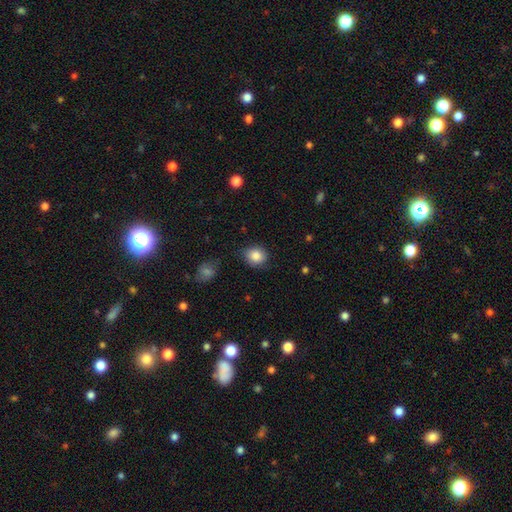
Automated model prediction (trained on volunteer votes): smooth-or-featured: smooth: 86% | star or artifact: 8% | featured or disk: 6%
  how-rounded: round: 74% | in between: 26% | cigar-shaped: 1%
  merging: none: 78% | minor disturbance: 17% | major disturbance: 3% | merger: 2%